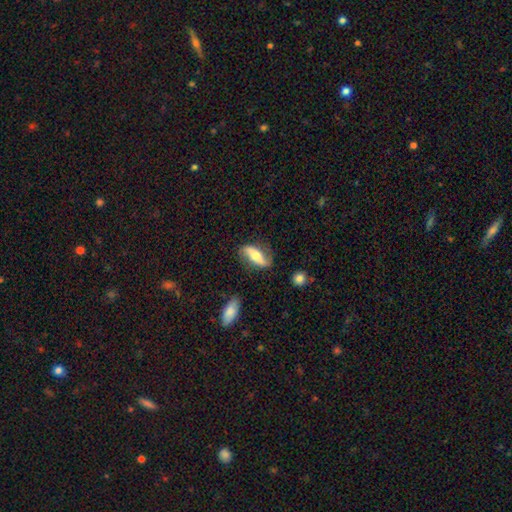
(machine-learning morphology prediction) Smooth or featured? Predicted: featured or disk (p=0.57). Edge-on disk? Predicted: no (p=0.77). Merging? Predicted: none (p=0.74).